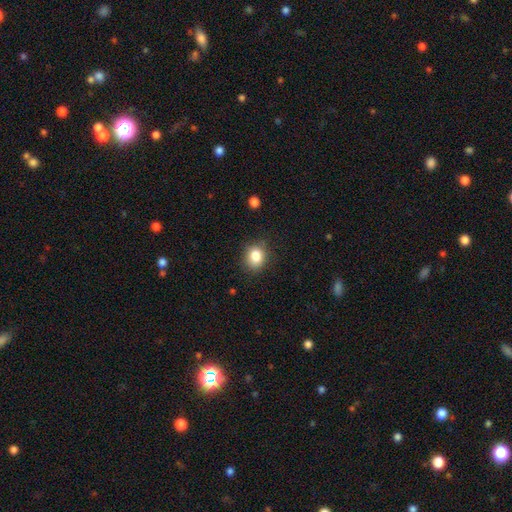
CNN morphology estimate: A smooth galaxy with no disk features (84%) that is round (68%).

Vote fractions:
- Smooth or featured? smooth: 84% / star or artifact: 10% / featured or disk: 6%
- How rounded? round: 68% / in between: 31% / cigar-shaped: 1%
- Merging? none: 84% / minor disturbance: 12% / major disturbance: 3% / merger: 1%